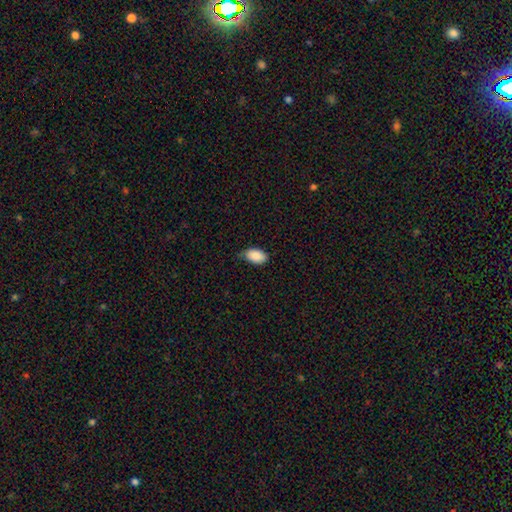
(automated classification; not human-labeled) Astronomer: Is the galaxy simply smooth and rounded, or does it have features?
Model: smooth — 90%.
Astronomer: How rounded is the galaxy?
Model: in between — 94%.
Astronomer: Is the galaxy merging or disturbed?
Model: none — 65%.